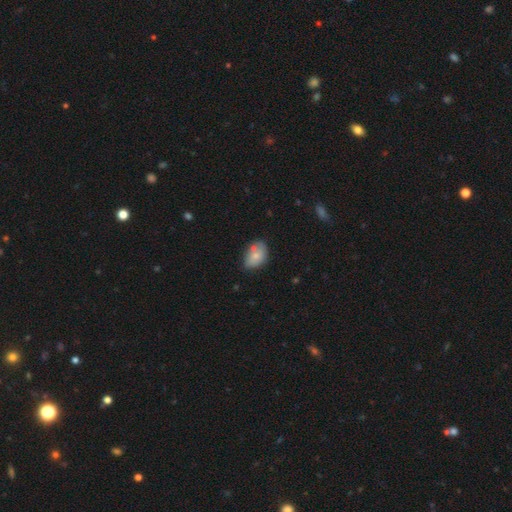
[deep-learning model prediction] This is likely a smooth galaxy (72%). How rounded: clearly in between (86%). Merging: possibly none (53%).